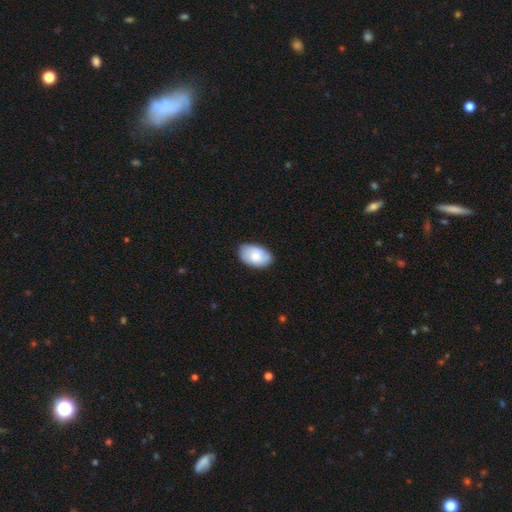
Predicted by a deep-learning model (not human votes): This is likely a smooth galaxy (75%). How rounded: clearly in between (92%). Merging: likely none (78%).